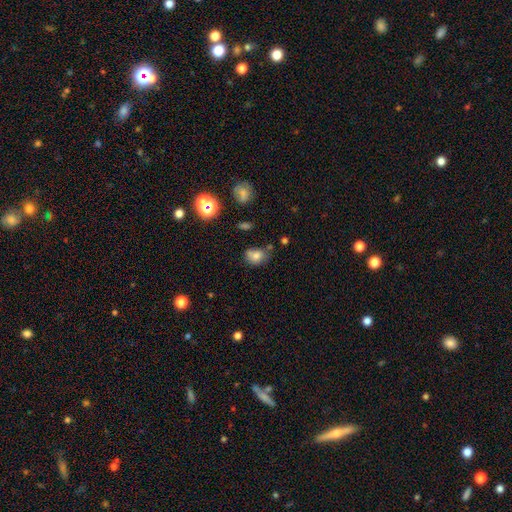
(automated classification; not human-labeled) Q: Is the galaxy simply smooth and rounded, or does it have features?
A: smooth — 75%.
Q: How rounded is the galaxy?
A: in between — 58%.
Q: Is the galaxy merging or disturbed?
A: none — 54%.